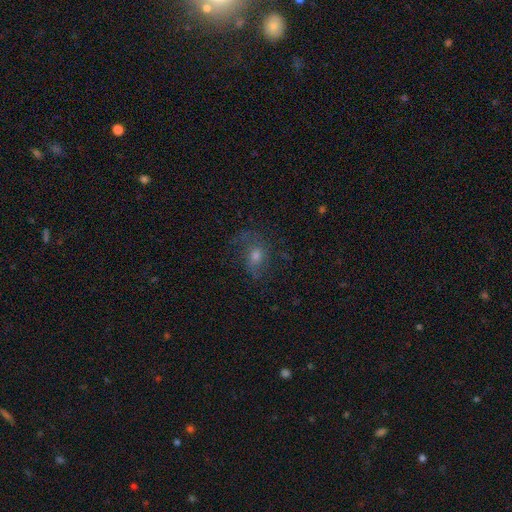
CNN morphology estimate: Smooth or featured?
  - featured or disk: 40% * (tied)
  - smooth: 40% * (tied)
  - star or artifact: 20%
Merging?
  - none: 55% *
  - minor disturbance: 22%
  - major disturbance: 21%
  - merger: 2%